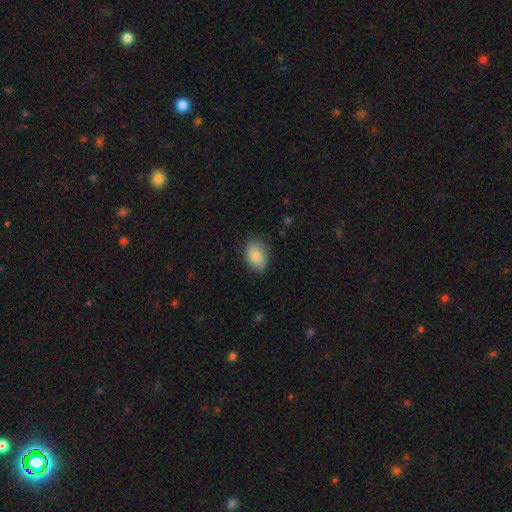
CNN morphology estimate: smooth-or-featured: smooth: 85% | featured or disk: 8% | star or artifact: 7%
  how-rounded: in between: 82% | round: 17% | cigar-shaped: 1%
  merging: none: 80% | minor disturbance: 16% | major disturbance: 3% | merger: 1%